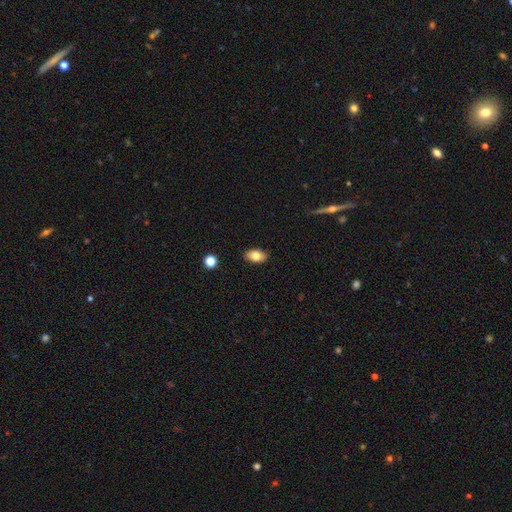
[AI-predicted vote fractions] Smooth or featured?
  - smooth: 78% *
  - featured or disk: 14%
  - star or artifact: 8%
How rounded?
  - in between: 89% *
  - round: 8%
  - cigar-shaped: 2%
Merging?
  - none: 88% *
  - minor disturbance: 9%
  - major disturbance: 2%
  - merger: 1%